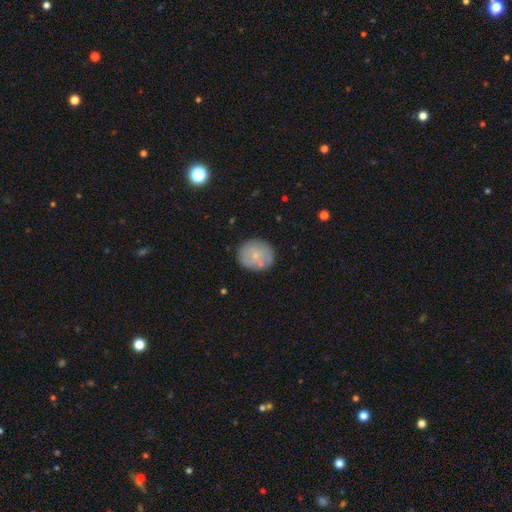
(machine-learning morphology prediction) Smooth or featured: smooth — 68% (featured or disk — 24%)
How rounded: round — 76% (in between — 23%)
Merging: none — 77% (minor disturbance — 14%)